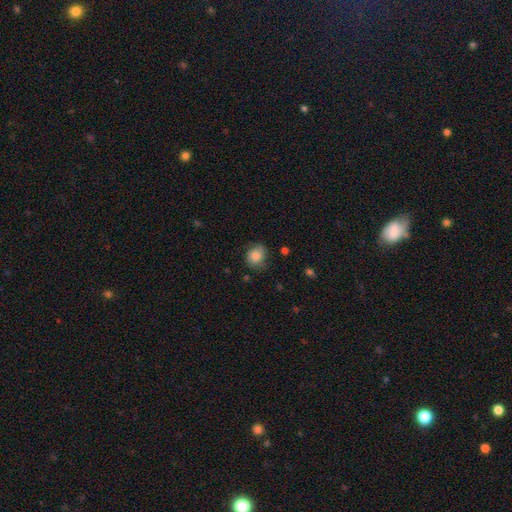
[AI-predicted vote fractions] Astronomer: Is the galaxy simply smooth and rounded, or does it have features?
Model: smooth — 79%.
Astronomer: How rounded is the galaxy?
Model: round — 63%.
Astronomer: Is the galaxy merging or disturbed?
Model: none — 66%.